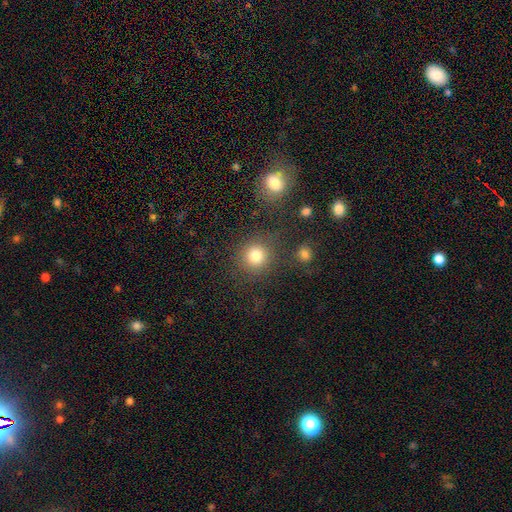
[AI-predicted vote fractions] Smooth or featured? smooth (81%)
How rounded? round (90%)
Merging? none (79%)